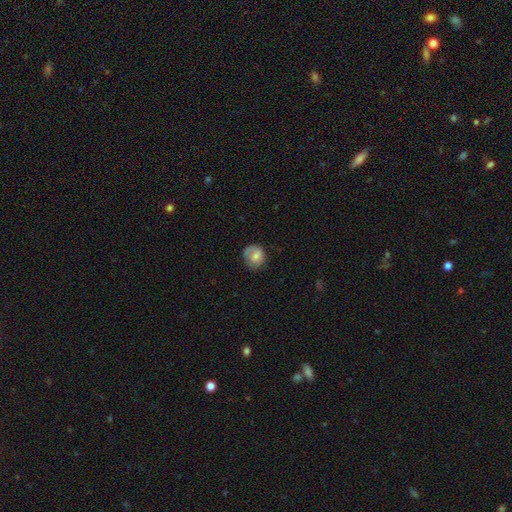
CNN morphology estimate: smooth 65%, featured or disk 27%, star or artifact 8%. Down the decision tree: how rounded — round (70%); merging — none (59%).